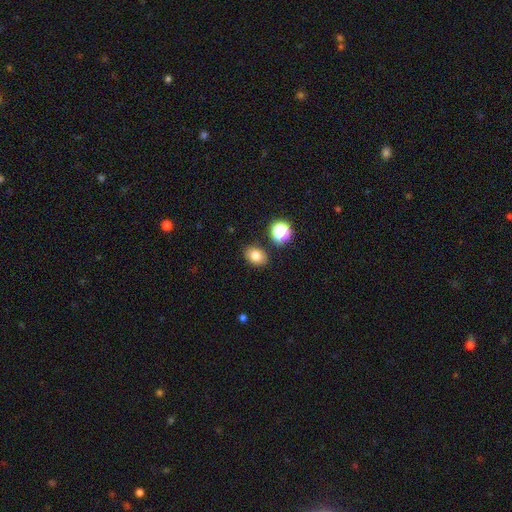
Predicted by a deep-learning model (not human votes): Overall: smooth (79%). How rounded: in between (63%; round 36%). Merging: none (85%).